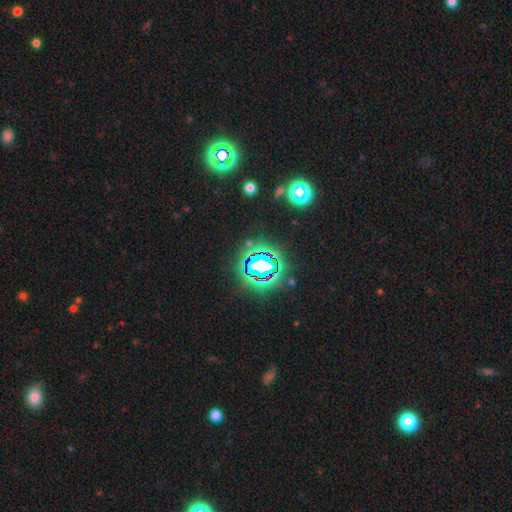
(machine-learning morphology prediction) A star or artifact, not a galaxy (81%).

Vote fractions:
- Smooth or featured? star or artifact: 81% / smooth: 12% / featured or disk: 7%